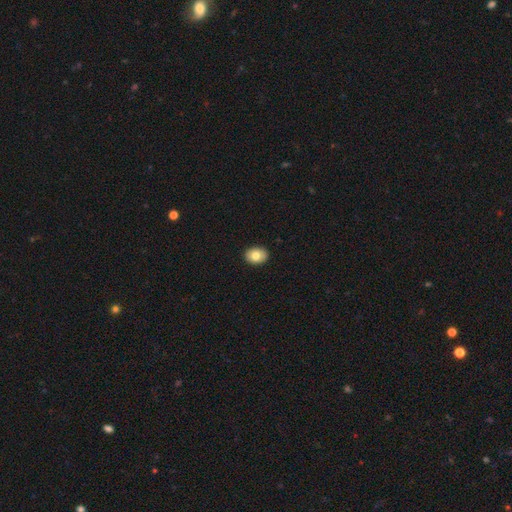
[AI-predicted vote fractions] This is likely a smooth galaxy (80%). How rounded: likely in between (72%). Merging: clearly none (91%).